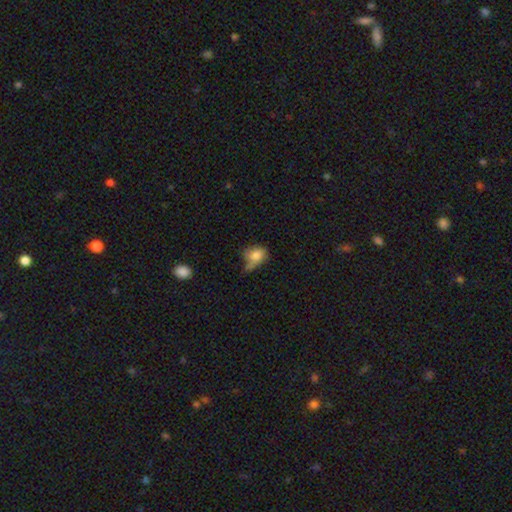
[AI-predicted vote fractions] A smooth galaxy with no disk features (76%) that is in between round and cigar-shaped (64%).

Vote fractions:
- Smooth or featured? smooth: 76% / featured or disk: 14% / star or artifact: 10%
- How rounded? in between: 64% / round: 34% / cigar-shaped: 2%
- Merging? none: 37% / minor disturbance: 31% / major disturbance: 19% / merger: 13%